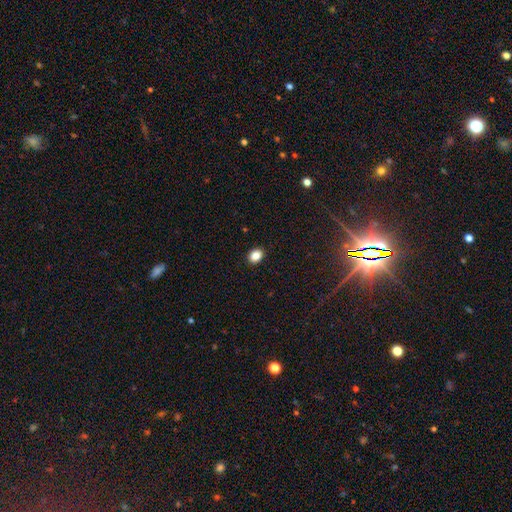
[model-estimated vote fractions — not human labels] Q: Smooth or featured?
A: smooth (86%); runner-up: star or artifact (10%)
Q: How rounded?
A: in between (56%); runner-up: round (43%)
Q: Merging?
A: none (91%); runner-up: minor disturbance (6%)